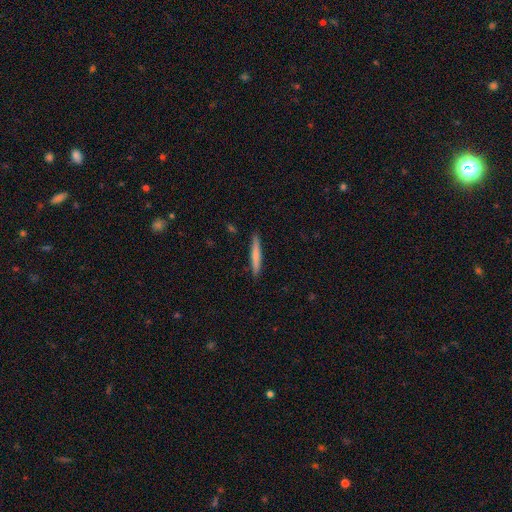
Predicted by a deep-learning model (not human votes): Q: Smooth or featured?
A: smooth (71%); runner-up: featured or disk (23%)
Q: How rounded?
A: cigar-shaped (96%); runner-up: in between (3%)
Q: Merging?
A: none (90%); runner-up: minor disturbance (7%)